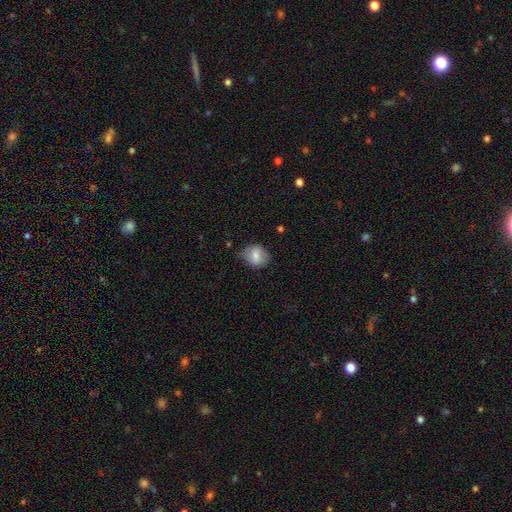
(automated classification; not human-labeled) A smooth galaxy with no disk features (72%) that is round (61%). Merging: none (67%).